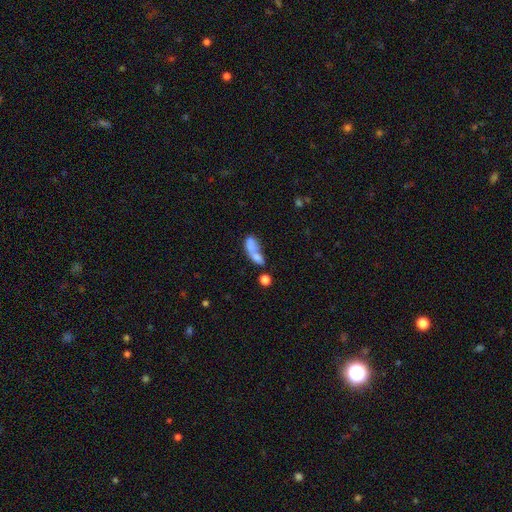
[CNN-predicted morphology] Smooth or featured? smooth (65%)
How rounded? in between (70%)
Merging? merger (50%)